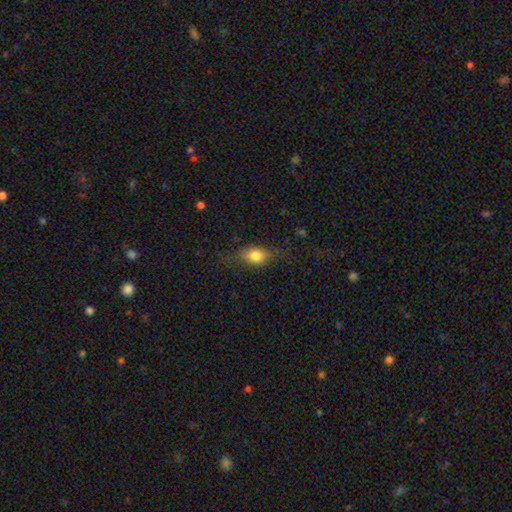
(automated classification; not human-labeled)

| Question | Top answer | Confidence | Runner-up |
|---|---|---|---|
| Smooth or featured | smooth | 73% | featured or disk (17%) |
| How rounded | in between | 73% | round (19%) |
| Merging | none | 68% | minor disturbance (21%) |